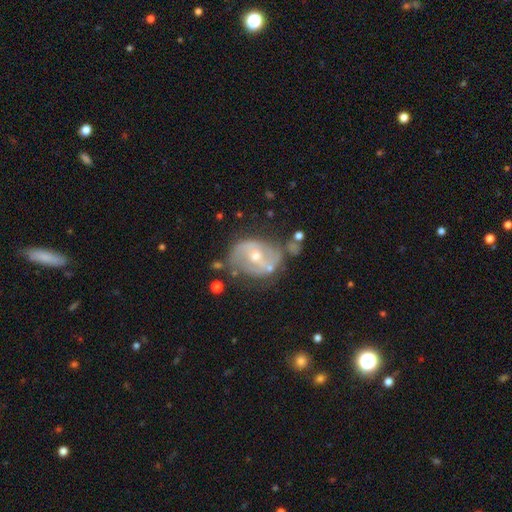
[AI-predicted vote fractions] This appears to be a featured or disk galaxy (74%) with a weak bar (44%), 2 (78%) medium (44%) spiral arms (71%) and a moderate central bulge (59%). Merging: none (58%).